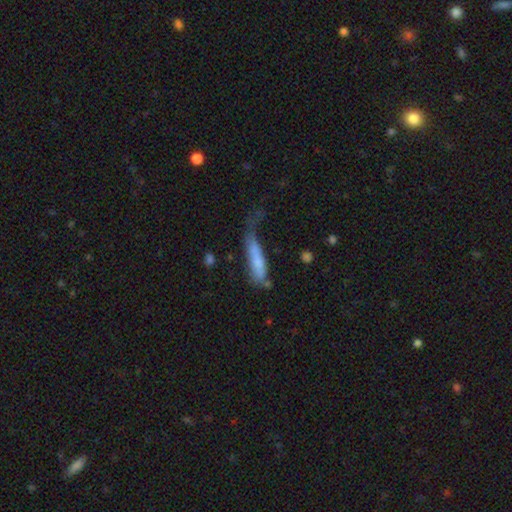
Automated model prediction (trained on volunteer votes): smooth-or-featured: smooth: 58% | featured or disk: 30% | star or artifact: 12%
  how-rounded: cigar-shaped: 76% | in between: 22% | round: 2%
  merging: major disturbance: 35% | none: 31% | minor disturbance: 27% | merger: 7%